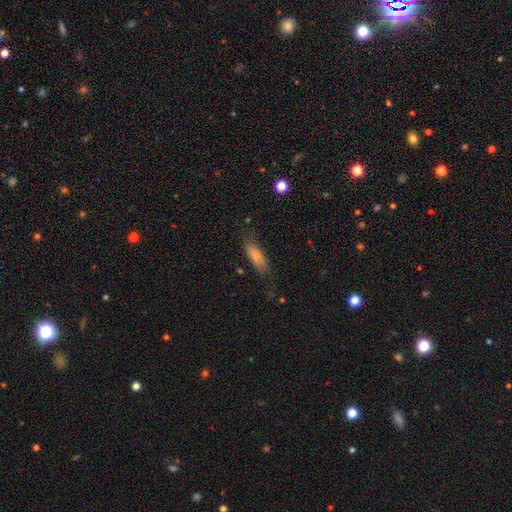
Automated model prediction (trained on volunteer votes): A smooth galaxy with no disk features (79%) that is in between round and cigar-shaped (55%).

Vote fractions:
- Smooth or featured? smooth: 79% / featured or disk: 13% / star or artifact: 8%
- How rounded? in between: 55% / cigar-shaped: 43% / round: 2%
- Merging? none: 66% / minor disturbance: 23% / major disturbance: 9% / merger: 2%